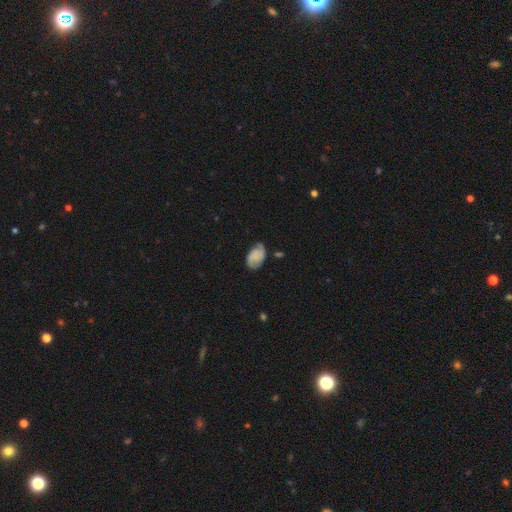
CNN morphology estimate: This is possibly a featured or disk galaxy (49%). Merging: likely none (62%).